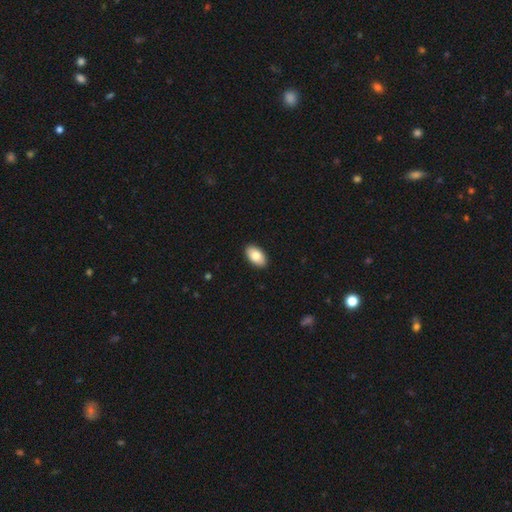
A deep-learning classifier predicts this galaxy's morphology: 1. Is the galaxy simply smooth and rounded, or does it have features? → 83% smooth, 10% featured or disk, 6% star or artifact.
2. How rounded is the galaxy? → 95% in between, 3% round, 2% cigar-shaped.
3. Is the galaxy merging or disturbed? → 91% none, 7% minor disturbance, 2% major disturbance, 1% merger.